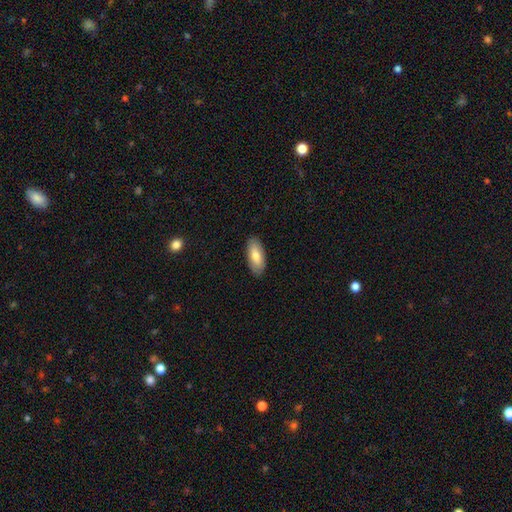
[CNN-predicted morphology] smooth-or-featured: smooth: 78% | featured or disk: 16% | star or artifact: 6%
  how-rounded: in between: 88% | cigar-shaped: 10% | round: 2%
  merging: none: 88% | minor disturbance: 9% | major disturbance: 2% | merger: 1%